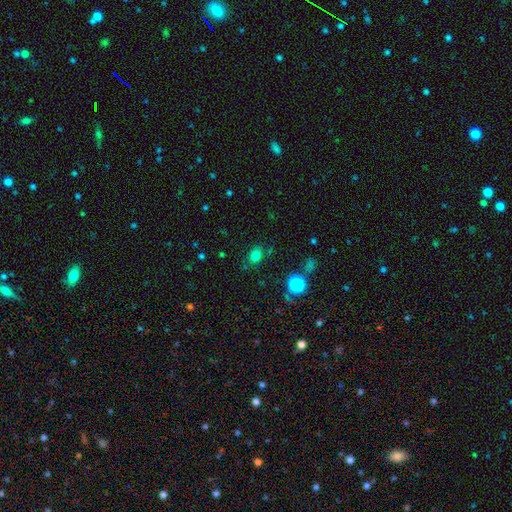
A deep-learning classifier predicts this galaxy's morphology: Q: Smooth or featured?
A: smooth (76%); runner-up: star or artifact (17%)
Q: How rounded?
A: in between (55%); runner-up: round (44%)
Q: Merging?
A: none (79%); runner-up: minor disturbance (13%)